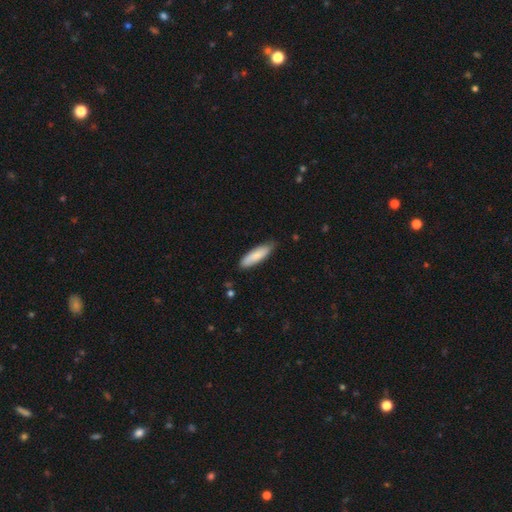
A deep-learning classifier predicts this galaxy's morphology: Overall: smooth (84%). How rounded: cigar-shaped (60%; in between 39%). Merging: none (78%).